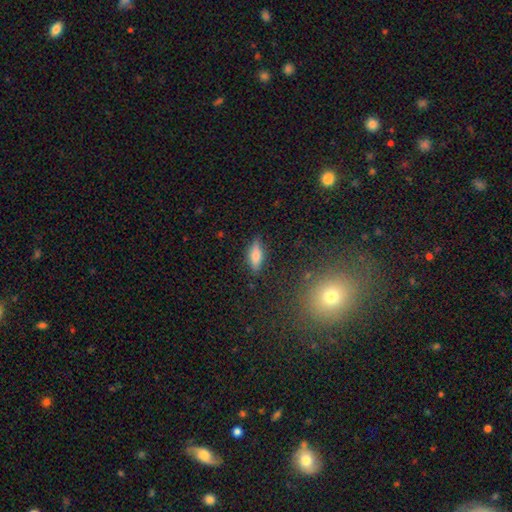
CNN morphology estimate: A smooth galaxy with no disk features (70%) that is in between round and cigar-shaped (60%). Merging: none (83%).